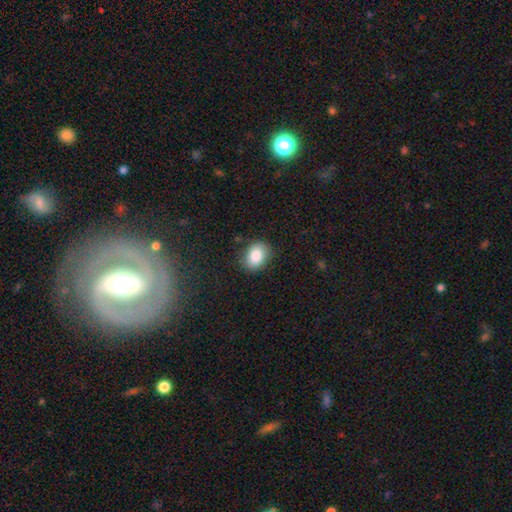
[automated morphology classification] Overall: smooth (85%). How rounded: in between (71%). Merging: none (82%).